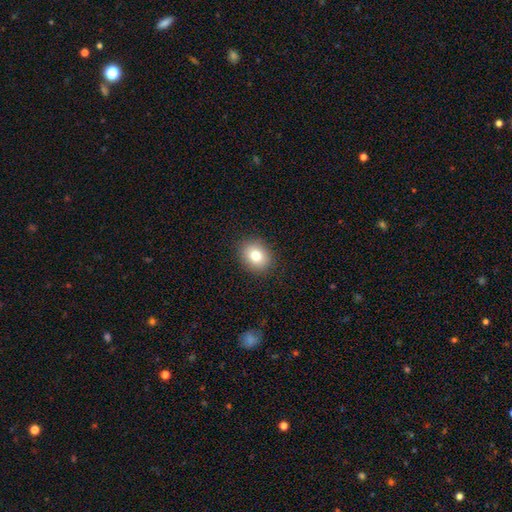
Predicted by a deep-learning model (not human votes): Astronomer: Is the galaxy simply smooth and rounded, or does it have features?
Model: smooth — 81%.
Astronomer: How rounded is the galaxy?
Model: round — 53% (runner-up: in between, 46%).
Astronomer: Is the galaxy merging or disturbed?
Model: none — 89%.